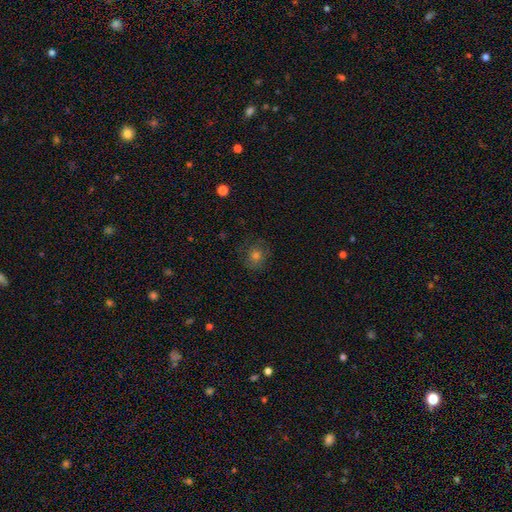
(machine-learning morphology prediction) smooth-or-featured: smooth: 63% | star or artifact: 21% | featured or disk: 15%
  how-rounded: round: 84% | in between: 15% | cigar-shaped: 1%
  merging: none: 81% | minor disturbance: 13% | major disturbance: 5% | merger: 1%